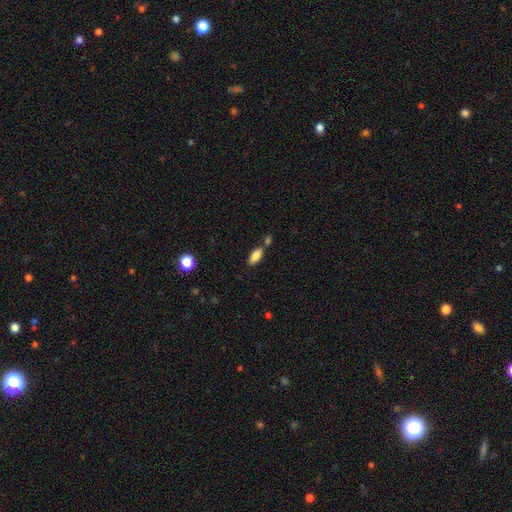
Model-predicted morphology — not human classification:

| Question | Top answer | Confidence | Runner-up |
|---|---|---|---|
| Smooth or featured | smooth | 83% | featured or disk (9%) |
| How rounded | in between | 86% | cigar-shaped (12%) |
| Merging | none | 61% | merger (22%) |